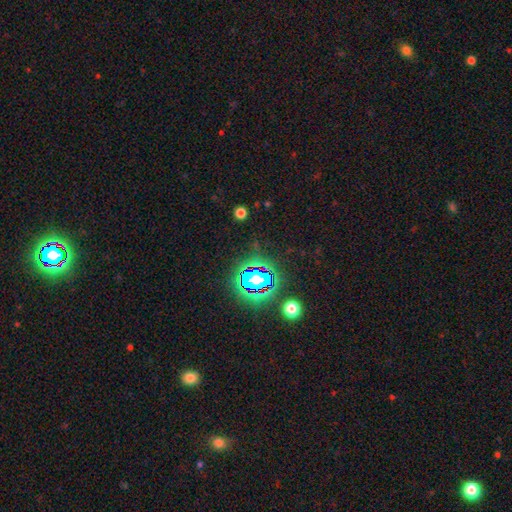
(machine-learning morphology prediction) This appears to be a star or artifact, not a galaxy (81%).